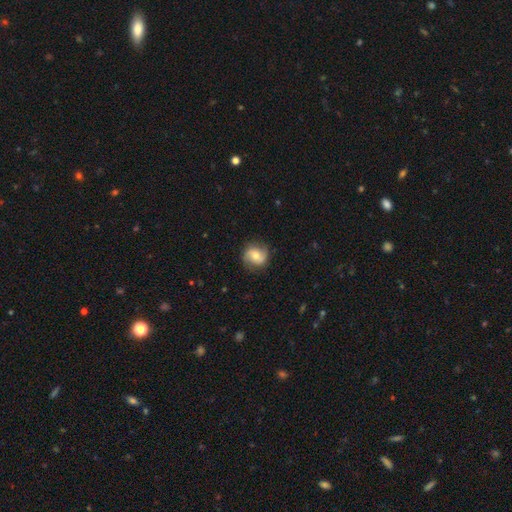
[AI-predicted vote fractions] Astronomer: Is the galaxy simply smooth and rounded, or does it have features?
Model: featured or disk — 52% (runner-up: smooth, 39%).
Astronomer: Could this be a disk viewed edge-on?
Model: no — 97%.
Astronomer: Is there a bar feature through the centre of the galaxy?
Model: no — 54% (runner-up: weak, 34%).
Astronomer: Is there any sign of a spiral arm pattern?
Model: yes — 84%.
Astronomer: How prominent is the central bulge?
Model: moderate — 66%.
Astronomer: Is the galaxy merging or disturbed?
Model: none — 82%.